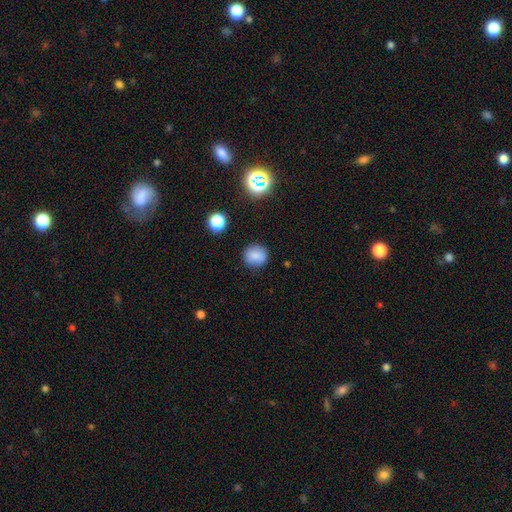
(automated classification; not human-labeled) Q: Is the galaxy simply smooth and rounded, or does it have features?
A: smooth — 81%.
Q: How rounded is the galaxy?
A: round — 87%.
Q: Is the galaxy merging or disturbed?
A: none — 86%.